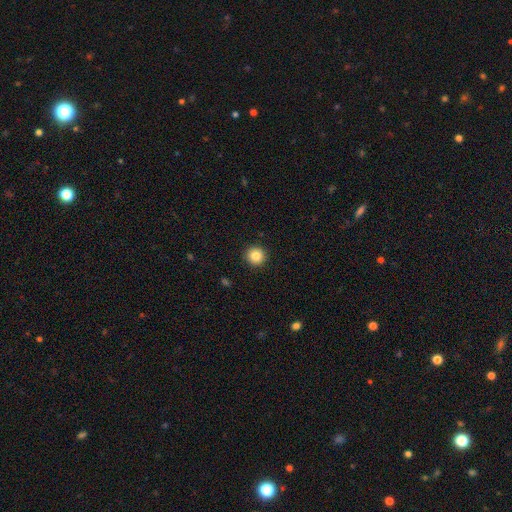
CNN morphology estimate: Smooth or featured? smooth (84%)
How rounded? round (96%)
Merging? none (93%)